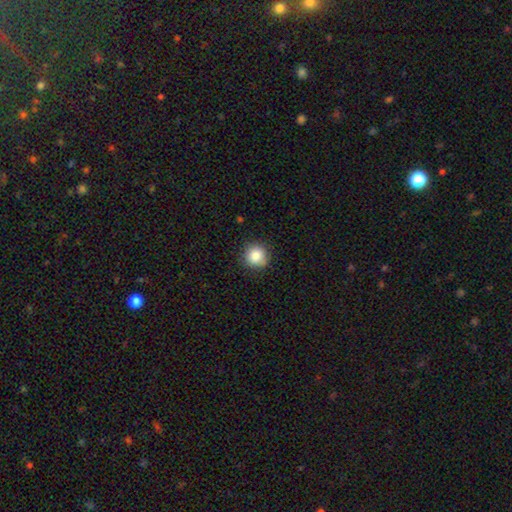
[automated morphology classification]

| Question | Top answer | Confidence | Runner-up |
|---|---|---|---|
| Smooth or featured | smooth | 85% | star or artifact (10%) |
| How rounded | round | 93% | in between (6%) |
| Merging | none | 87% | minor disturbance (9%) |